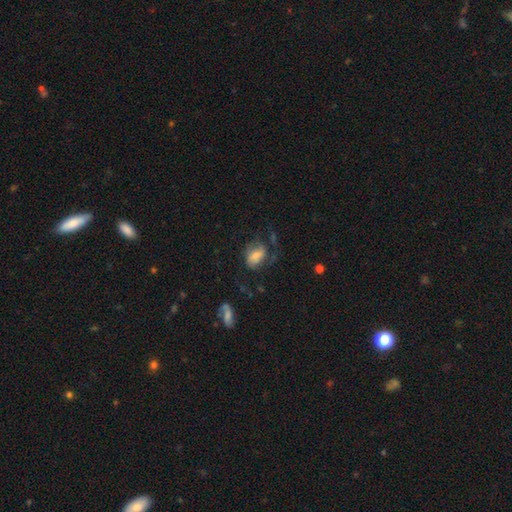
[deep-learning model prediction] Morphology: type=smooth (53%); roundness=in between (82%); merging=major disturbance (37%, tied with none).